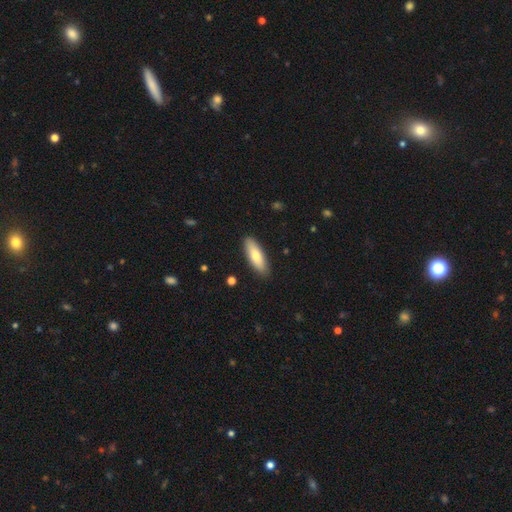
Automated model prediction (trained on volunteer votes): smooth 75%, featured or disk 19%, star or artifact 6%. Down the decision tree: how rounded — in between (56%); merging — none (89%).